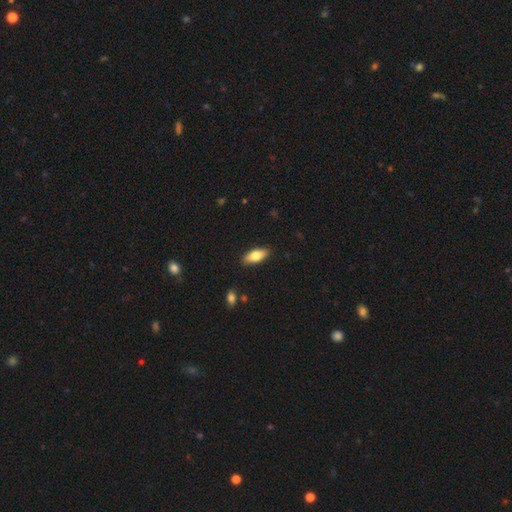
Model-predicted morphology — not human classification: This appears to be a smooth galaxy with no disk features (74%) that is in between round and cigar-shaped (79%). Merging: none (88%).